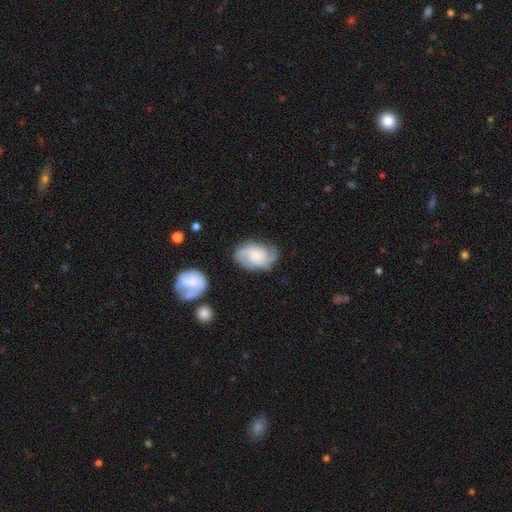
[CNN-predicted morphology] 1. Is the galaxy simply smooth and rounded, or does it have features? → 76% featured or disk, 18% smooth, 6% star or artifact.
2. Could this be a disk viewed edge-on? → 97% no, 3% yes.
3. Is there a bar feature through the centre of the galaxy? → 63% no, 32% weak, 5% strong.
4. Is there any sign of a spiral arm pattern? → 96% yes, 4% no.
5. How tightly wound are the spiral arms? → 48% medium, 36% tight, 16% loose.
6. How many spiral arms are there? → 63% 2, 16% 3, 12% can't tell, 3% 1, 3% 4, 2% more than 4.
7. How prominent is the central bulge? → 55% small, 27% moderate, 10% none, 5% large, 2% dominant.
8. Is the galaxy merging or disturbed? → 70% none, 20% minor disturbance, 7% major disturbance, 3% merger.